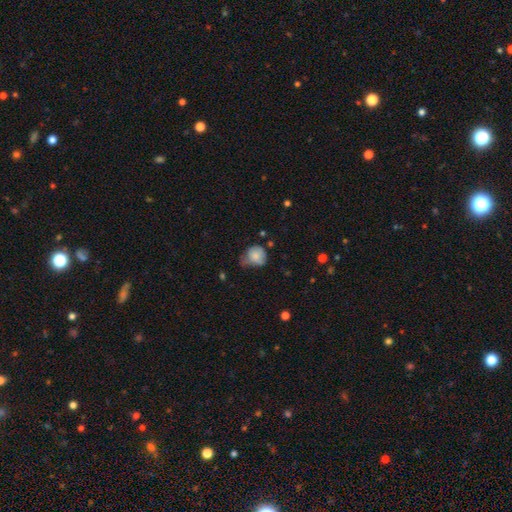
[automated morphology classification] smooth_or_featured: smooth (p=0.78) [alt: featured or disk p=0.13]
how_rounded: round (p=0.70) [alt: in between p=0.29]
merging: minor disturbance (p=0.42) [alt: none p=0.36]